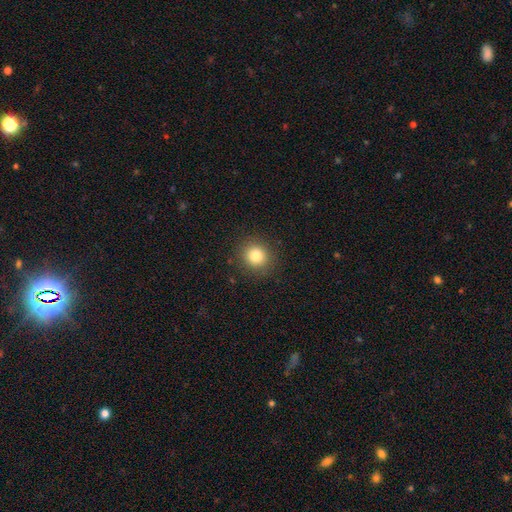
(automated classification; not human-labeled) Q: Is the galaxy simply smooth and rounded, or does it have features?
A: smooth — 81%.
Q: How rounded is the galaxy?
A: round — 89%.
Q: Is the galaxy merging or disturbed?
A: none — 89%.